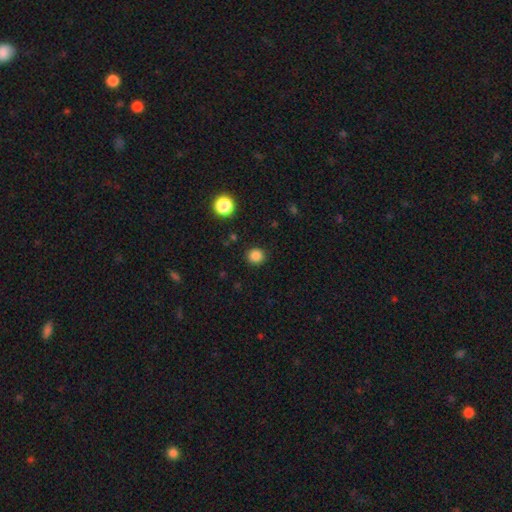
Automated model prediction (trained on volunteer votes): Smooth or featured?
  - smooth: 84% *
  - star or artifact: 12%
  - featured or disk: 3%
How rounded?
  - round: 91% *
  - in between: 8%
  - cigar-shaped: 1%
Merging?
  - none: 90% *
  - minor disturbance: 6%
  - major disturbance: 2%
  - merger: 1%